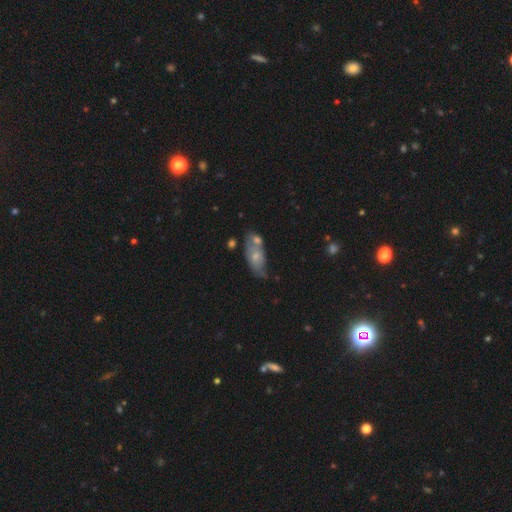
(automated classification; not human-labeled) This appears to be a smooth galaxy with no disk features (54%) that is in between round and cigar-shaped (85%). Merging: none (38%).